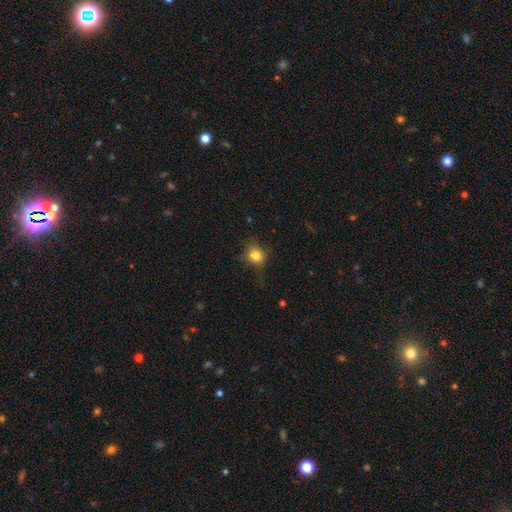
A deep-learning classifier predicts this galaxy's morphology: A smooth galaxy with no disk features (80%) that is round (77%).

Vote fractions:
- Smooth or featured? smooth: 80% / star or artifact: 13% / featured or disk: 8%
- How rounded? round: 77% / in between: 22% / cigar-shaped: 1%
- Merging? none: 73% / minor disturbance: 19% / major disturbance: 7% / merger: 1%